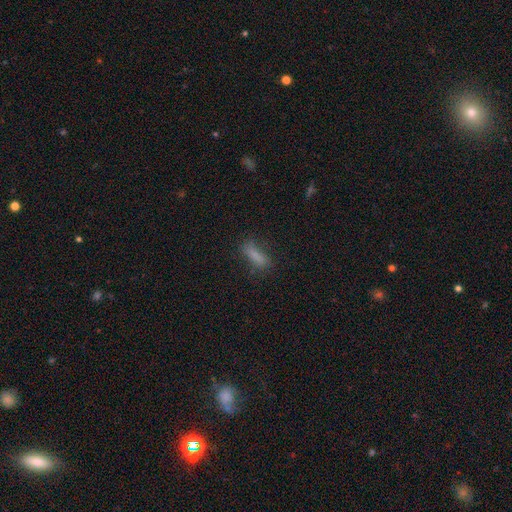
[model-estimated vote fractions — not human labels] This appears to be a smooth galaxy with no disk features (79%) that is cigar-shaped (49%). Merging: none (68%).